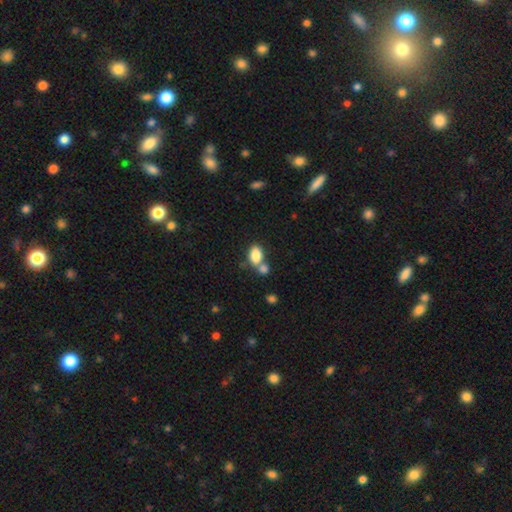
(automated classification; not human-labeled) Q: Smooth or featured?
A: smooth (83%); runner-up: featured or disk (9%)
Q: How rounded?
A: in between (86%); runner-up: round (12%)
Q: Merging?
A: none (43%); runner-up: merger (40%)